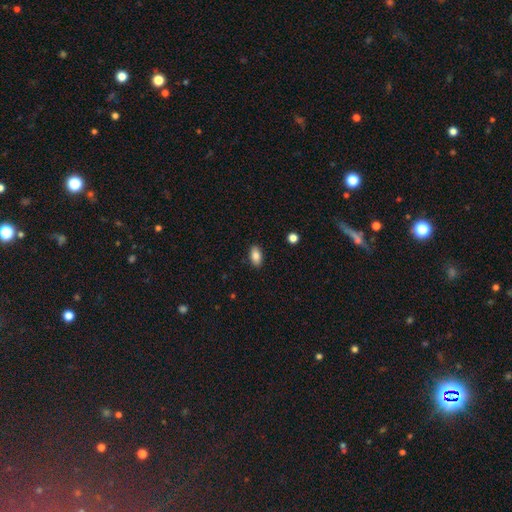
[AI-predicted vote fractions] smooth-or-featured: smooth: 86% | star or artifact: 8% | featured or disk: 6%
  how-rounded: in between: 91% | cigar-shaped: 5% | round: 4%
  merging: none: 89% | minor disturbance: 8% | major disturbance: 2% | merger: 1%